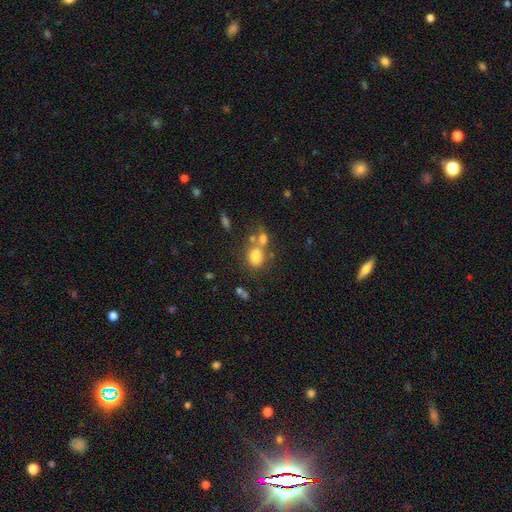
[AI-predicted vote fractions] Overall: smooth (77%). How rounded: in between (52%; round 47%). Merging: none (45%; merger 37%).